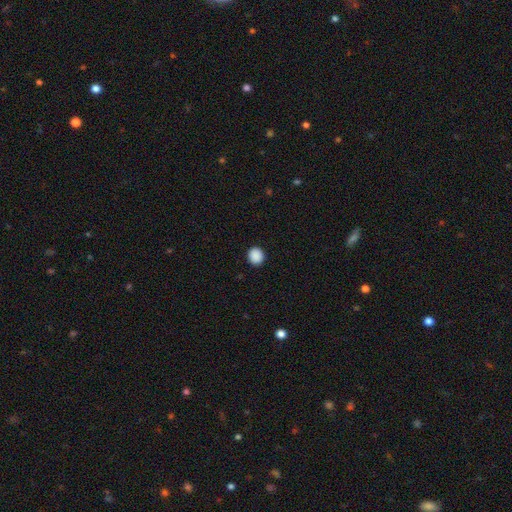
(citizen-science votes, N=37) Smooth or featured?
  - smooth: 95% *
  - featured or disk: 5%
  - star or artifact: 0%
How rounded?
  - round: 77% *
  - in between: 23%
  - cigar-shaped: 0%
Merging?
  - none: 100% *
  - minor disturbance: 0%
  - major disturbance: 0%
  - merger: 0%